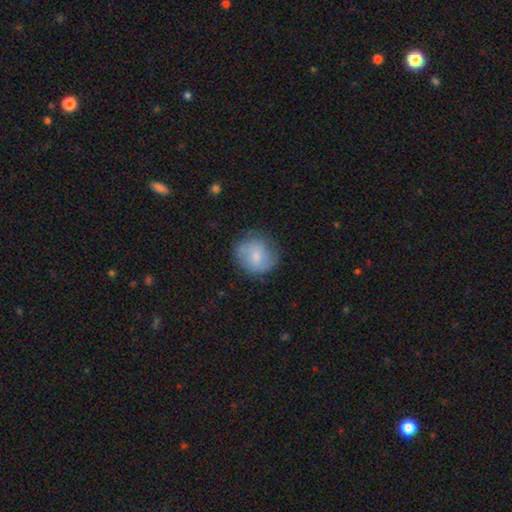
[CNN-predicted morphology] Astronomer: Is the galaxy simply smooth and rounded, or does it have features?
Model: smooth — 71%.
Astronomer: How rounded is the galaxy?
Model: round — 83%.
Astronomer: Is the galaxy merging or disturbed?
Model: none — 70%.